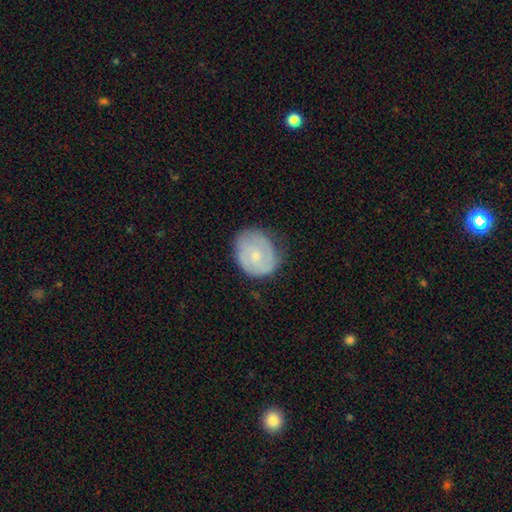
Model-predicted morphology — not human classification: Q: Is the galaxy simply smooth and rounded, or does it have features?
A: featured or disk — 51%.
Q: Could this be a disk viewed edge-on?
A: no — 97%.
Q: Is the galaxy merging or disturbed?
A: none — 72%.